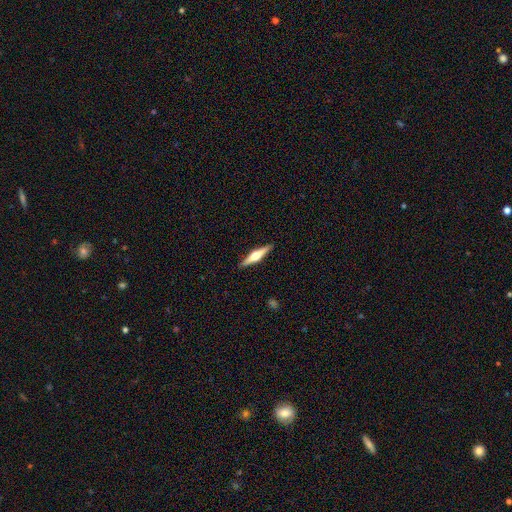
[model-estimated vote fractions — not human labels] A featured or disk galaxy (66%) viewed edge-on (98%) with a rounded central bulge (92%).

Vote fractions:
- Smooth or featured? featured or disk: 66% / smooth: 30% / star or artifact: 5%
- Edge-on disk? yes: 98% / no: 2%
- Edge-on bulge? rounded: 92% / boxy: 5% / none: 2%
- Merging? none: 91% / minor disturbance: 6% / major disturbance: 1% / merger: 1%